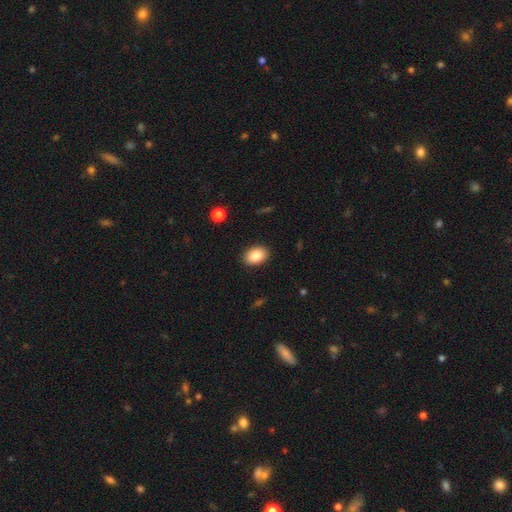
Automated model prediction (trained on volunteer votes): Q: Smooth or featured?
A: smooth (87%); runner-up: star or artifact (8%)
Q: How rounded?
A: in between (84%); runner-up: round (15%)
Q: Merging?
A: none (89%); runner-up: minor disturbance (8%)